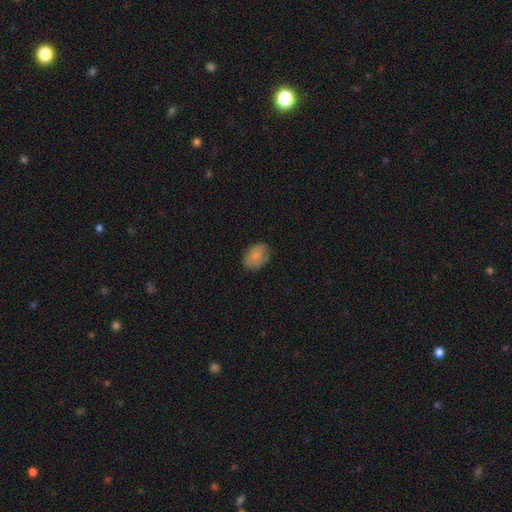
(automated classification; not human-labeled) The model was most divided on "merging": none: 73%, minor disturbance: 21%, major disturbance: 5%, merger: 1%. More confident: smooth or featured — smooth (80%); how rounded — in between (78%).